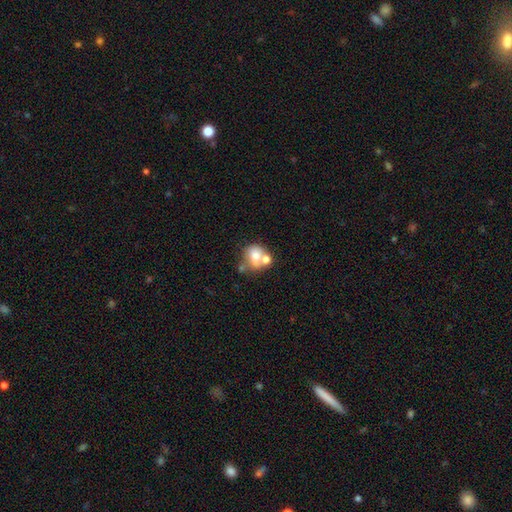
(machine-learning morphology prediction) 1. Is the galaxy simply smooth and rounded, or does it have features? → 68% smooth, 22% featured or disk, 10% star or artifact.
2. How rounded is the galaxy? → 55% round, 43% in between, 1% cigar-shaped.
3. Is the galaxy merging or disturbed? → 47% merger, 33% none, 12% minor disturbance, 8% major disturbance.